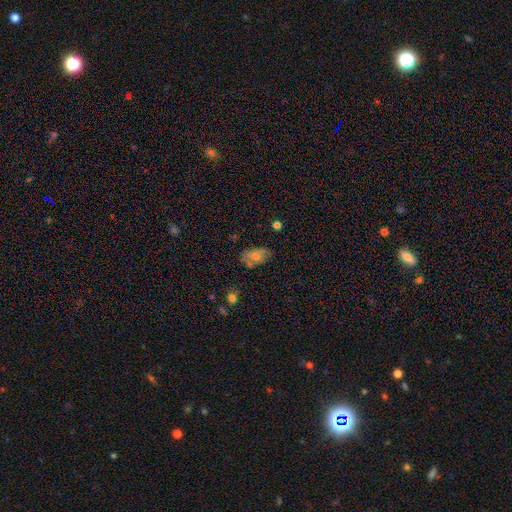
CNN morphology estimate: smooth 66%, featured or disk 24%, star or artifact 10%. Down the decision tree: how rounded — in between (88%); merging — none (63%).